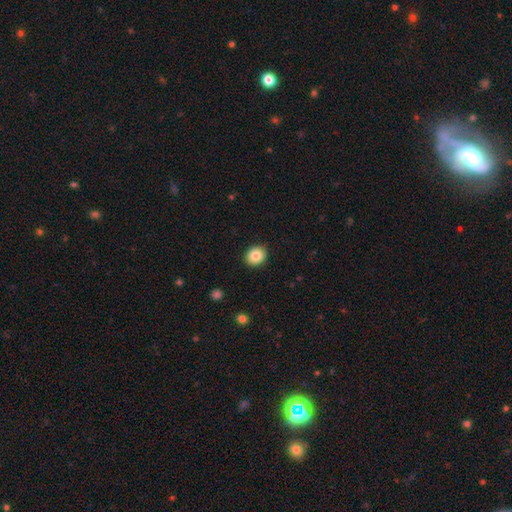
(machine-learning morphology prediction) This appears to be a smooth galaxy with no disk features (85%) that is round (74%). Merging: none (90%).